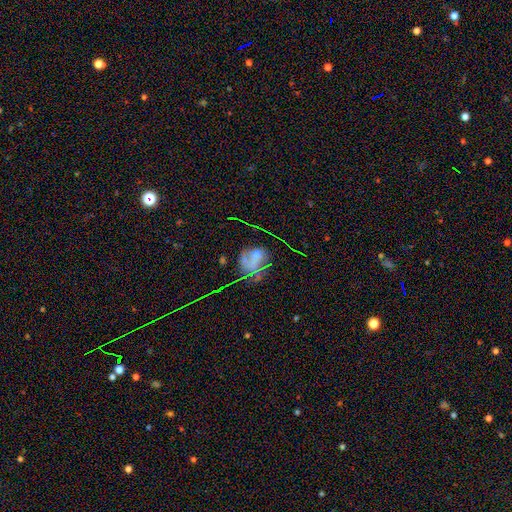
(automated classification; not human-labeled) This appears to be a smooth galaxy with no disk features (37%). Merging: none (35%).